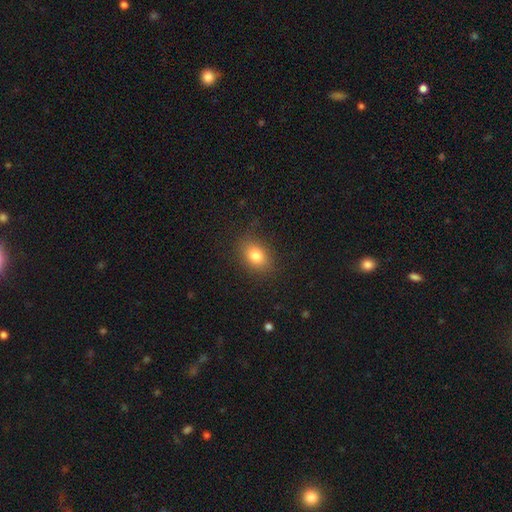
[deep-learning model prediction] Q: Smooth or featured?
A: smooth (82%); runner-up: star or artifact (10%)
Q: How rounded?
A: in between (77%); runner-up: round (22%)
Q: Merging?
A: none (84%); runner-up: minor disturbance (12%)